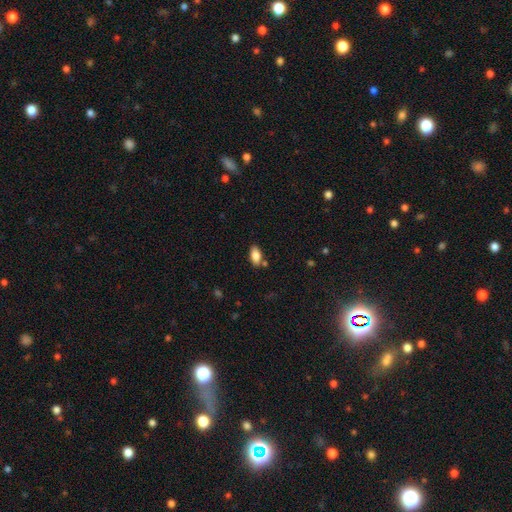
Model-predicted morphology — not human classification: Smooth or featured: smooth — 83% (featured or disk — 9%)
How rounded: in between — 91% (cigar-shaped — 5%)
Merging: none — 79% (minor disturbance — 12%)